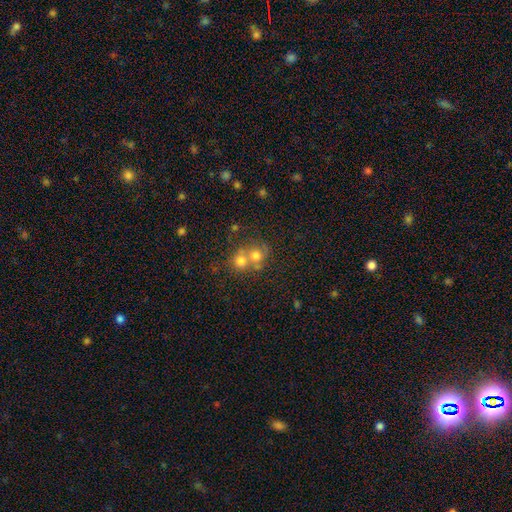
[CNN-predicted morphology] This is likely a smooth galaxy (67%). How rounded: likely round (80%). Merging: possibly merger (55%).